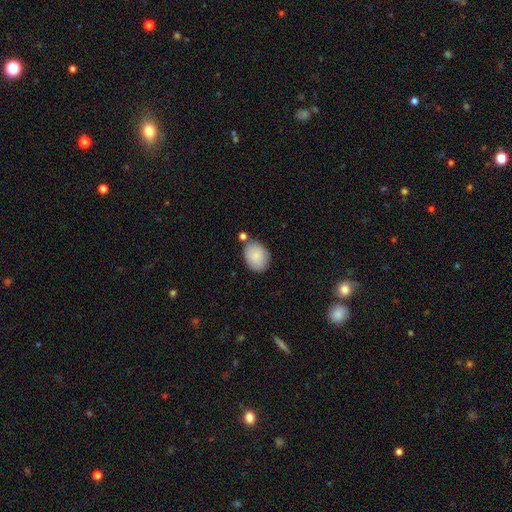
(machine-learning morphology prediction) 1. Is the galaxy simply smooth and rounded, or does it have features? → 85% smooth, 8% featured or disk, 6% star or artifact.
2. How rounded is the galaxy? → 72% in between, 27% round, 1% cigar-shaped.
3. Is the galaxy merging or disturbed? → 69% none, 17% minor disturbance, 10% merger, 4% major disturbance.